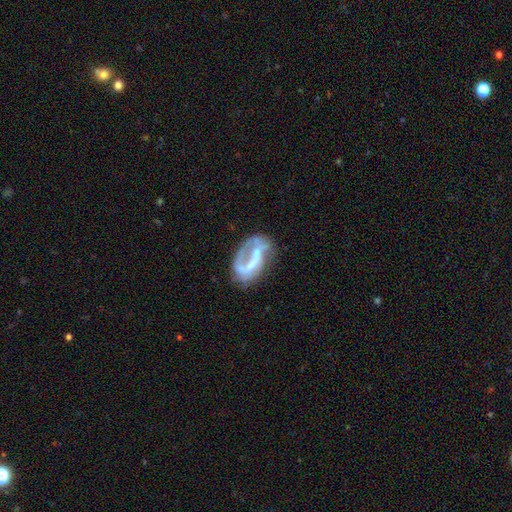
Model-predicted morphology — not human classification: Smooth or featured? Predicted: featured or disk (p=0.71). Edge-on disk? Predicted: no (p=0.95). Bar? Predicted: strong (p=0.40). Spiral arms? Predicted: yes (p=0.63). Bulge size? Predicted: none (p=0.36). Merging? Predicted: none (p=0.46).